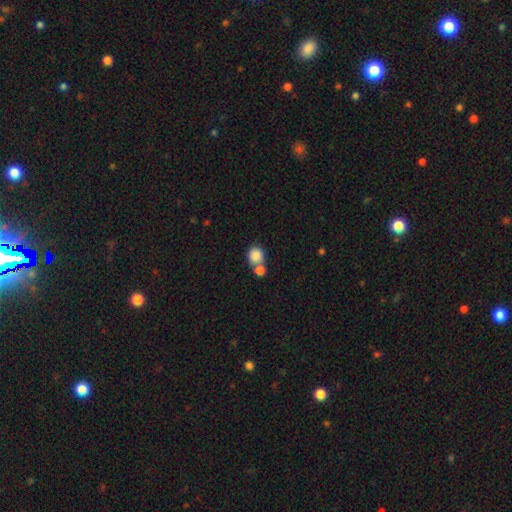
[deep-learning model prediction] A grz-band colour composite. It shows a smooth galaxy with no disk features (85%) that is round (79%). Merging: none (47%).